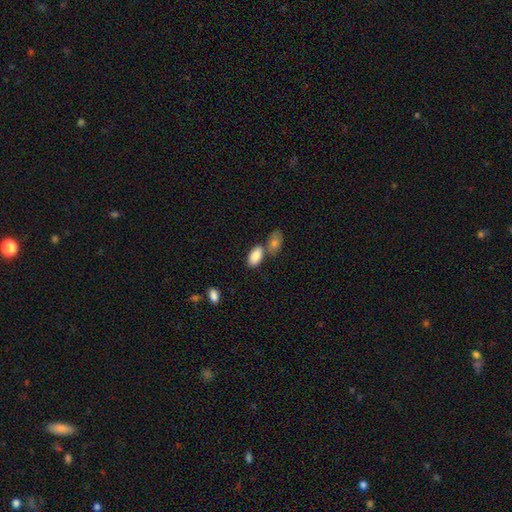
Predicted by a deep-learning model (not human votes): A smooth galaxy with no disk features (86%) that is in between round and cigar-shaped (94%). Merging: none (53%).